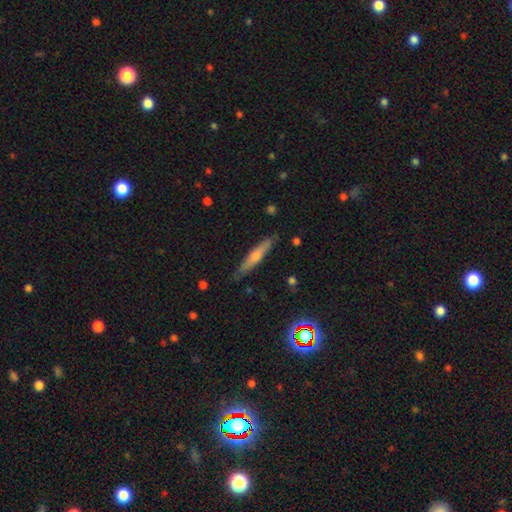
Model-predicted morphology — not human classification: smooth-or-featured: featured or disk: 47% | smooth: 44% | star or artifact: 9%
  merging: none: 86% | minor disturbance: 11% | major disturbance: 2% | merger: 1%